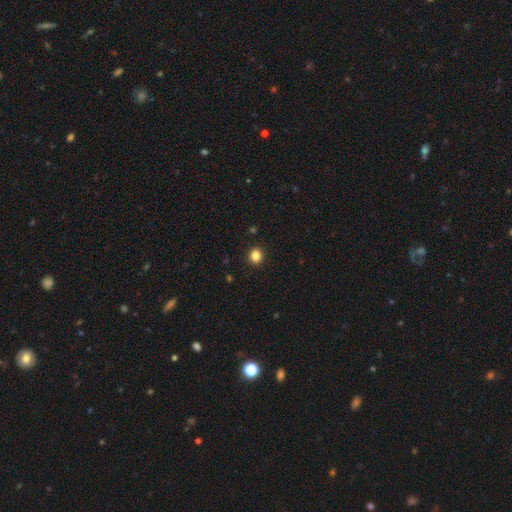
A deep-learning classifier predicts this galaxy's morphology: A smooth galaxy with no disk features (84%) that is round (86%).

Vote fractions:
- Smooth or featured? smooth: 84% / star or artifact: 12% / featured or disk: 4%
- How rounded? round: 86% / in between: 13% / cigar-shaped: 1%
- Merging? none: 92% / minor disturbance: 5% / major disturbance: 2% / merger: 1%